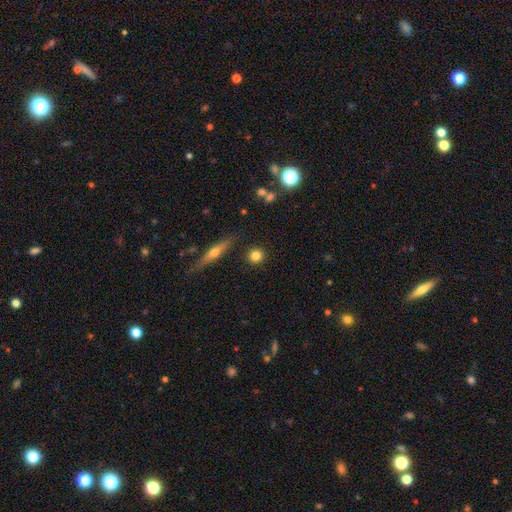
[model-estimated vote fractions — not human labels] smooth_or_featured: smooth (p=0.81) [alt: star or artifact p=0.10]
how_rounded: round (p=0.90) [alt: in between p=0.08]
merging: none (p=0.87) [alt: minor disturbance p=0.07]